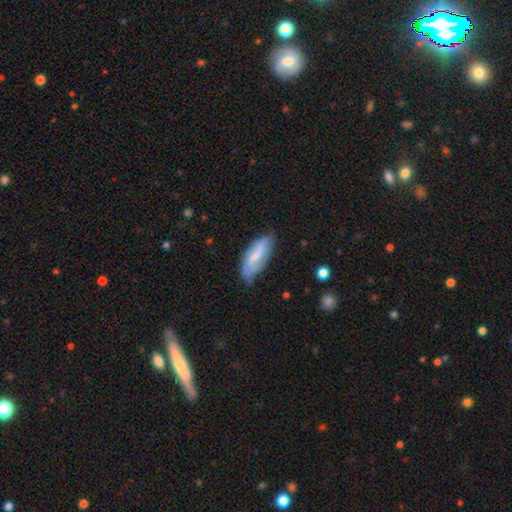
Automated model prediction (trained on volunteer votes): smooth_or_featured: smooth (p=0.50) [alt: featured or disk p=0.43]
how_rounded: in between (p=0.74) [alt: cigar-shaped p=0.24]
merging: none (p=0.60) [alt: minor disturbance p=0.30]